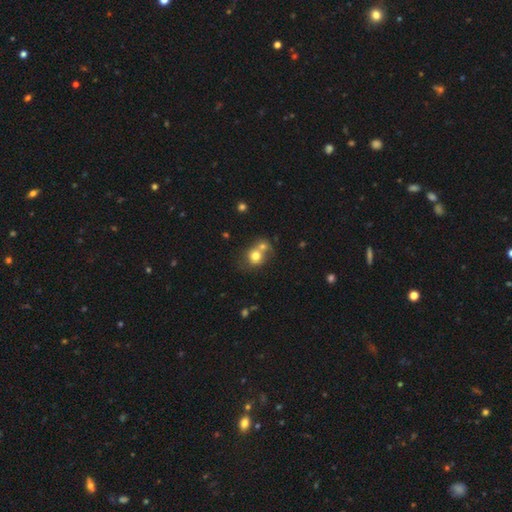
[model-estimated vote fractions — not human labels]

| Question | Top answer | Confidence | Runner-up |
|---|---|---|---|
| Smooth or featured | smooth | 75% | featured or disk (15%) |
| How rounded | round | 75% | in between (24%) |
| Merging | merger | 53% | none (33%) |